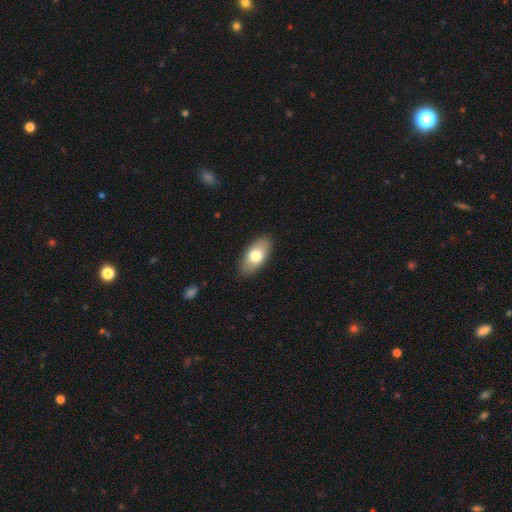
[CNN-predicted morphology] A smooth galaxy with no disk features (74%) that is in between round and cigar-shaped (91%).

Vote fractions:
- Smooth or featured? smooth: 74% / featured or disk: 20% / star or artifact: 6%
- How rounded? in between: 91% / cigar-shaped: 5% / round: 4%
- Merging? none: 86% / minor disturbance: 10% / major disturbance: 2% / merger: 1%